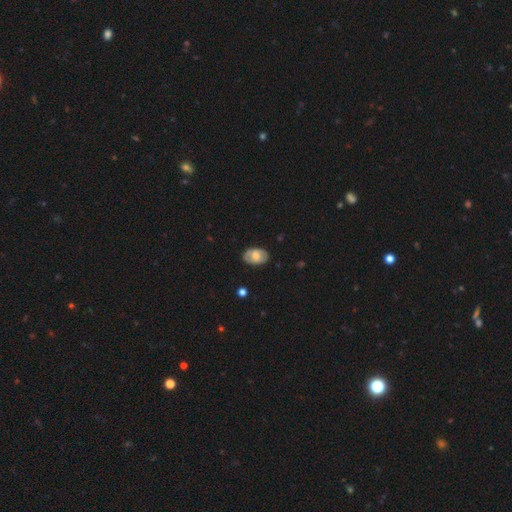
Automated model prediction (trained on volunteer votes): smooth 63%, featured or disk 31%, star or artifact 7%. Down the decision tree: how rounded — in between (88%); merging — none (79%).